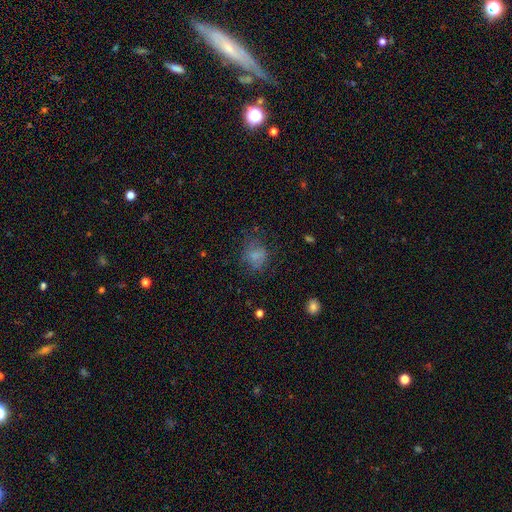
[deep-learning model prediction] Smooth or featured?
  - smooth: 67% *
  - featured or disk: 18%
  - star or artifact: 15%
How rounded?
  - round: 56% *
  - in between: 43%
  - cigar-shaped: 1%
Merging?
  - none: 58% *
  - minor disturbance: 22%
  - major disturbance: 18%
  - merger: 2%